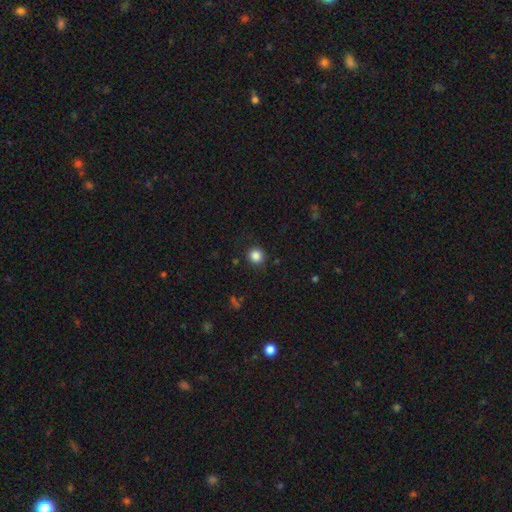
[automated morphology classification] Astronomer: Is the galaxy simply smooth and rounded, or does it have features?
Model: smooth — 85%.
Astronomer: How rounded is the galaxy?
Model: round — 94%.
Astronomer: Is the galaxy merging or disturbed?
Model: none — 89%.